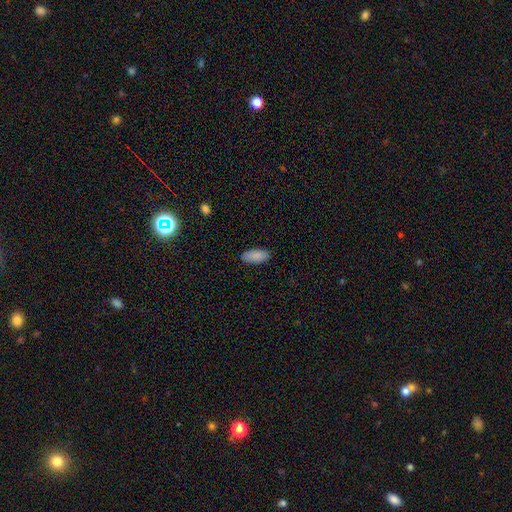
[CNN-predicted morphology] This appears to be a smooth galaxy with no disk features (89%) that is in between round and cigar-shaped (88%). Merging: none (89%).